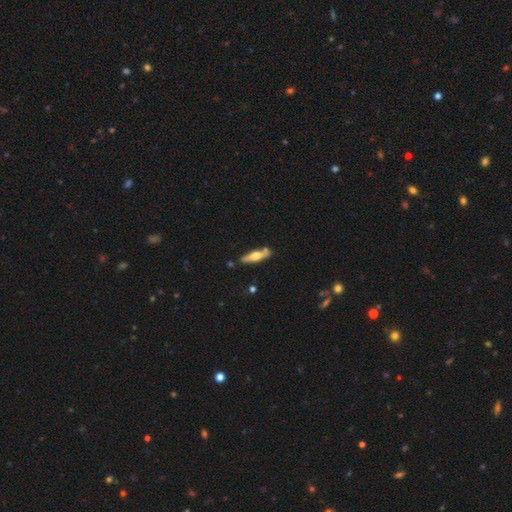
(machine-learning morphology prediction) Smooth or featured?
  - featured or disk: 51% *
  - smooth: 44%
  - star or artifact: 5%
Edge-on disk?
  - yes: 88% *
  - no: 12%
Merging?
  - none: 80% *
  - minor disturbance: 12%
  - merger: 5%
  - major disturbance: 3%